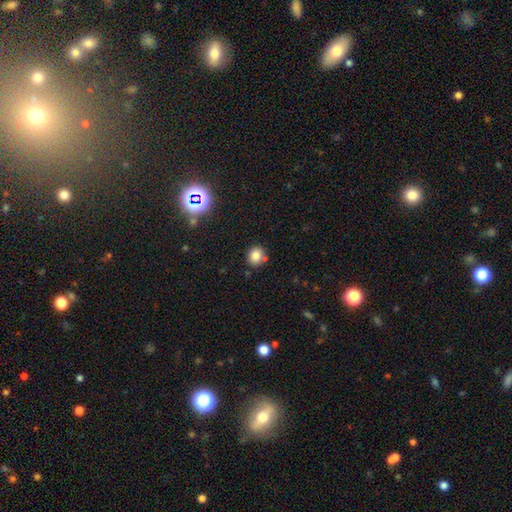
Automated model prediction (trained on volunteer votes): This appears to be a smooth galaxy with no disk features (80%) that is round (78%). Merging: none (76%).